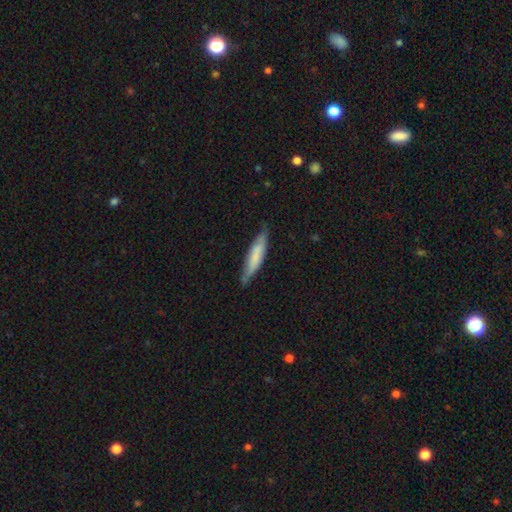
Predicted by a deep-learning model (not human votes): smooth 63%, featured or disk 32%, star or artifact 6%. Down the decision tree: how rounded — cigar-shaped (80%); merging — none (77%).